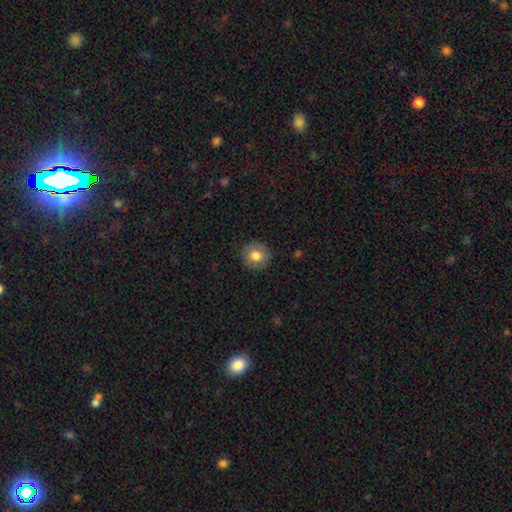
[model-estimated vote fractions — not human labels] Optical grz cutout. It shows a smooth galaxy with no disk features (78%) that is round (91%). Merging: none (88%).